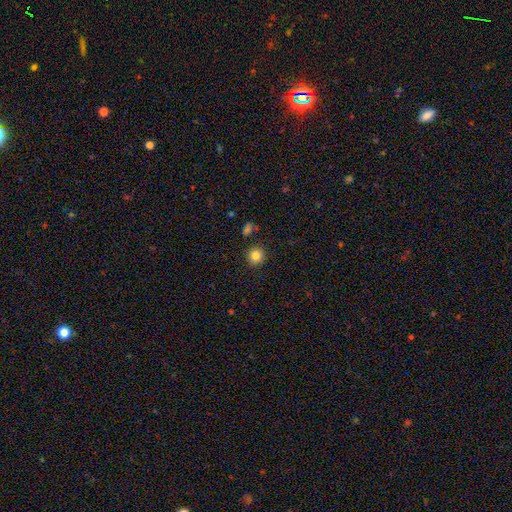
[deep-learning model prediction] Smooth or featured: smooth — 84% (star or artifact — 11%)
How rounded: round — 91% (in between — 8%)
Merging: none — 88% (minor disturbance — 7%)